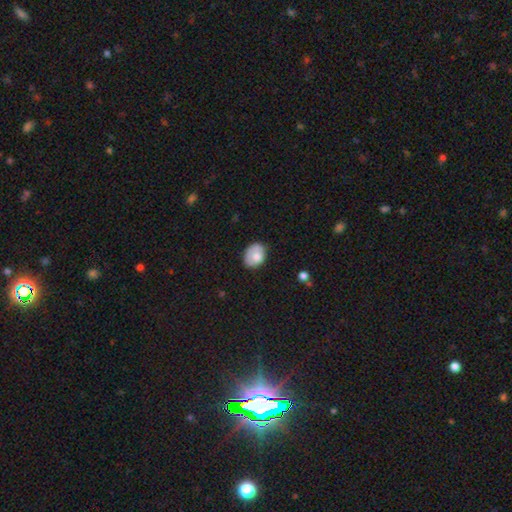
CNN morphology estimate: smooth-or-featured: smooth: 75% | featured or disk: 17% | star or artifact: 8%
  how-rounded: in between: 69% | round: 30% | cigar-shaped: 1%
  merging: none: 59% | minor disturbance: 31% | major disturbance: 8% | merger: 2%